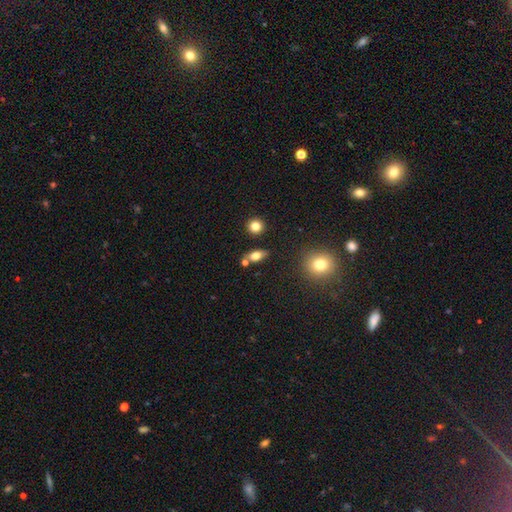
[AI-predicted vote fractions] Smooth or featured?
  - smooth: 70% *
  - featured or disk: 20%
  - star or artifact: 10%
How rounded?
  - in between: 72% *
  - round: 17%
  - cigar-shaped: 11%
Merging?
  - none: 73% *
  - merger: 12%
  - minor disturbance: 11%
  - major disturbance: 4%